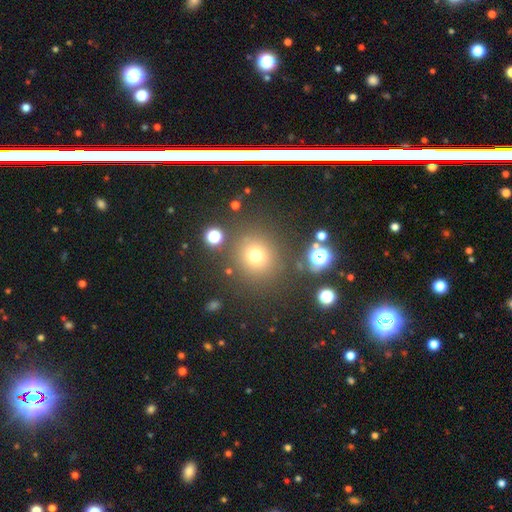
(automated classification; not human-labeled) Smooth or featured? Predicted: smooth (p=0.69). How rounded? Predicted: round (p=0.90). Merging? Predicted: none (p=0.83).